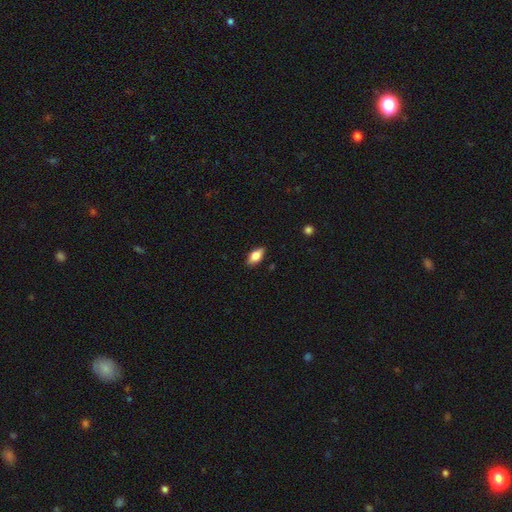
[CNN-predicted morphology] This appears to be a smooth galaxy with no disk features (78%) that is in between round and cigar-shaped (89%). Merging: none (86%).